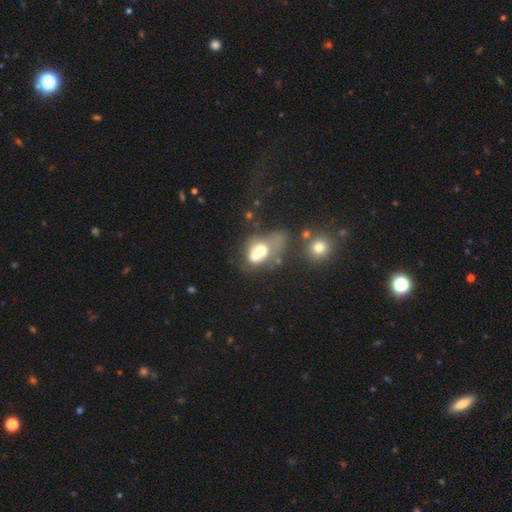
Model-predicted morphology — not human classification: A smooth galaxy with no disk features (57%) that is round (52%).

Vote fractions:
- Smooth or featured? smooth: 57% / featured or disk: 31% / star or artifact: 13%
- How rounded? round: 52% / in between: 47% / cigar-shaped: 1%
- Merging? merger: 66% / none: 15% / major disturbance: 11% / minor disturbance: 8%